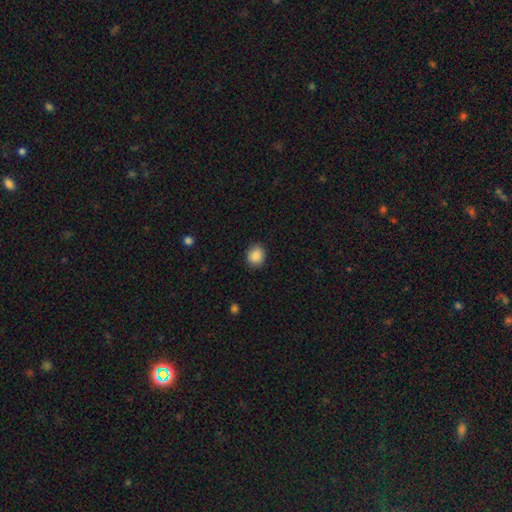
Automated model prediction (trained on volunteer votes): The model was most divided on "how rounded": round: 77%, in between: 22%, cigar-shaped: 1%. More confident: smooth or featured — smooth (88%); merging — none (87%).